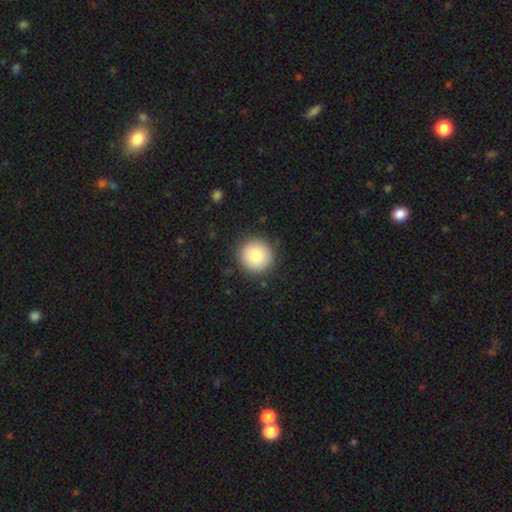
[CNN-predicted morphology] The model was most divided on "smooth or featured": smooth: 83%, featured or disk: 9%, star or artifact: 8%. More confident: how rounded — round (95%); merging — none (89%).